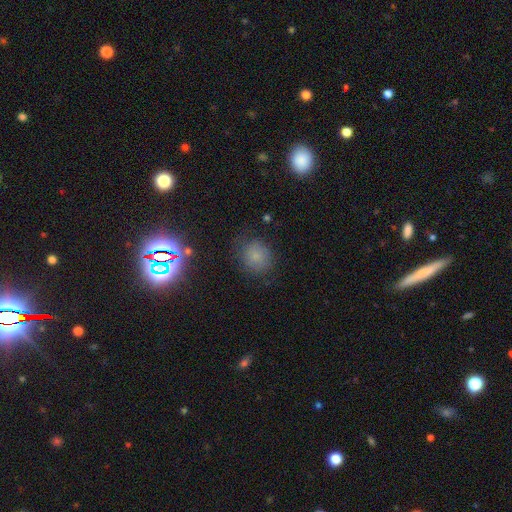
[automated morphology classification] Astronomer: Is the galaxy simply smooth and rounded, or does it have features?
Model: smooth — 71%.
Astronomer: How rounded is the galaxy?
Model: round — 80%.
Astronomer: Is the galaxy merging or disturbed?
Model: none — 77%.